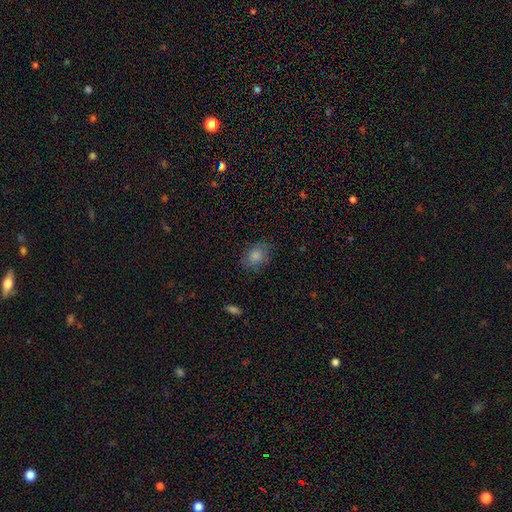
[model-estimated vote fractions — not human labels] The model was most divided on "how rounded": in between: 59%, round: 40%, cigar-shaped: 1%. More confident: smooth or featured — smooth (83%); merging — none (77%).